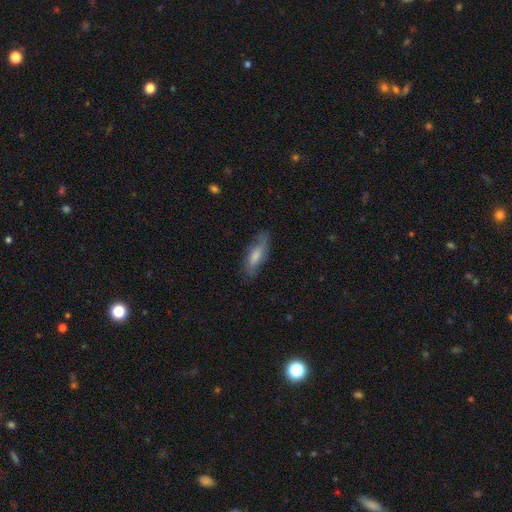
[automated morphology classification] Smooth or featured: smooth — 61% (featured or disk — 33%)
How rounded: in between — 58% (cigar-shaped — 40%)
Merging: none — 71% (minor disturbance — 21%)